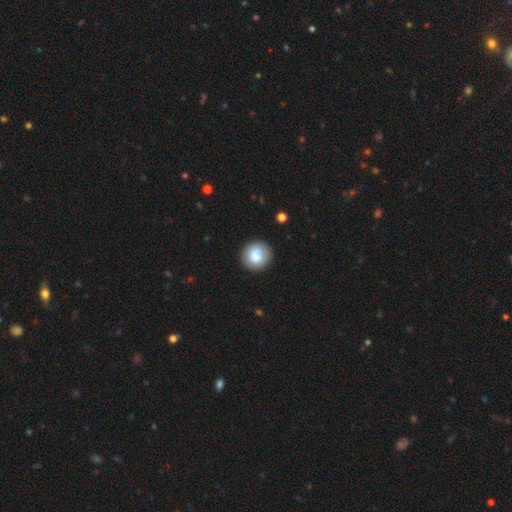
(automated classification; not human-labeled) Smooth or featured: smooth — 78% (featured or disk — 15%)
How rounded: round — 91% (in between — 8%)
Merging: none — 83% (minor disturbance — 11%)